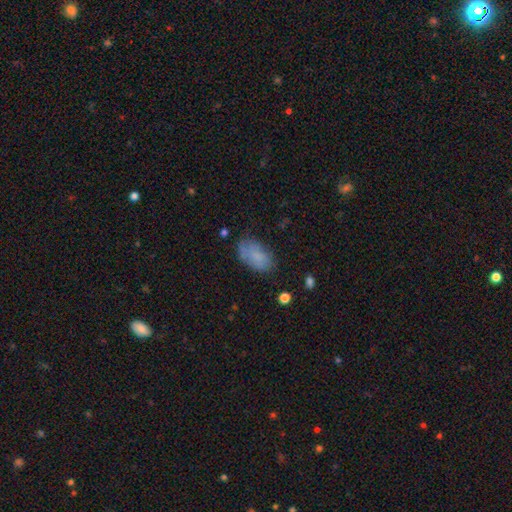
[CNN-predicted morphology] This is likely a smooth galaxy (76%). How rounded: clearly in between (93%). Merging: likely none (67%).